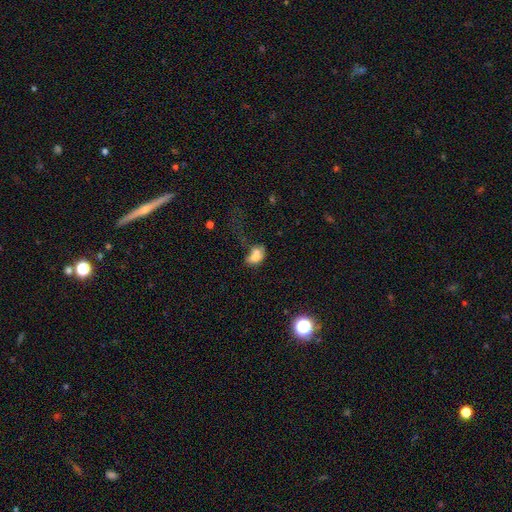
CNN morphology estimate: Overall: smooth (69%). How rounded: in between (80%). Merging: merger (34%; major disturbance 26%).